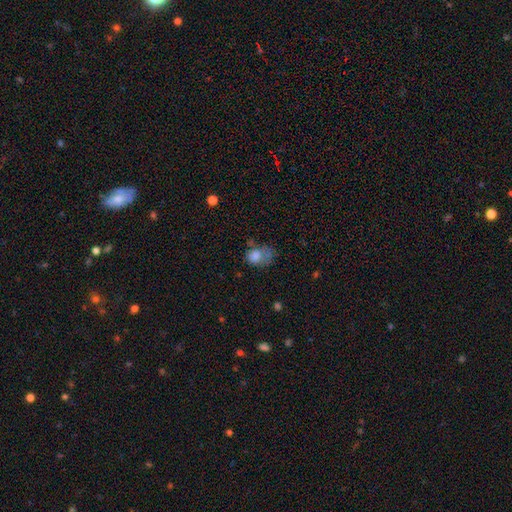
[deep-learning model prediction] smooth-or-featured: smooth: 72% | featured or disk: 16% | star or artifact: 12%
  how-rounded: in between: 67% | round: 31% | cigar-shaped: 1%
  merging: major disturbance: 33% | minor disturbance: 28% | none: 28% | merger: 11%